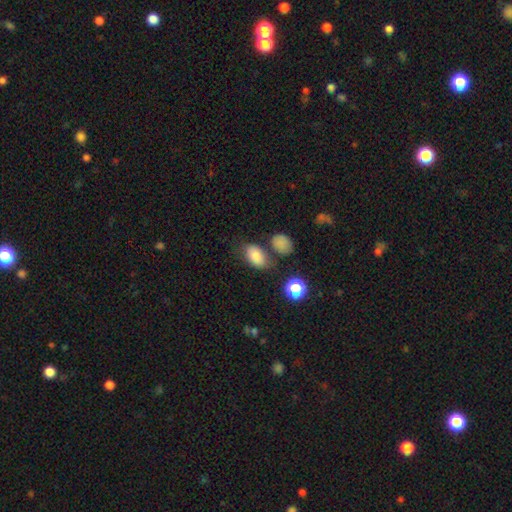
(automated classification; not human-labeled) Overall: smooth (81%). How rounded: in between (87%). Merging: none (63%).